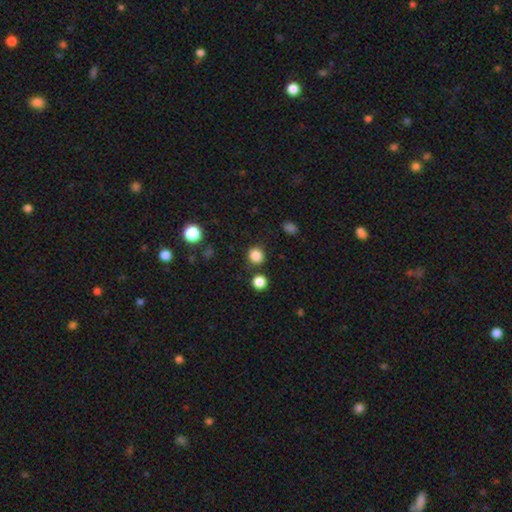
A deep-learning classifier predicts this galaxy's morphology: type=smooth (84%); roundness=round (88%); merging=none (84%).